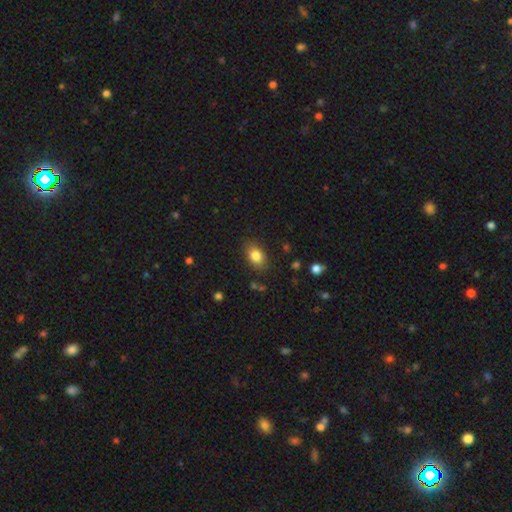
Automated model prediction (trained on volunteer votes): Overall: smooth (83%). How rounded: in between (81%). Merging: none (83%).